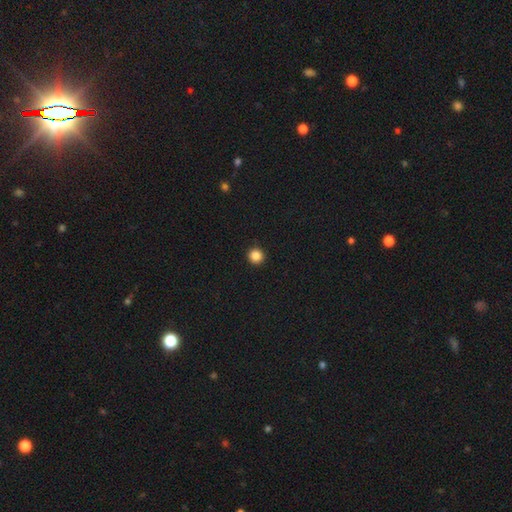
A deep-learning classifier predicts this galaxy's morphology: This appears to be a smooth galaxy with no disk features (86%) that is round (96%). Merging: none (94%).